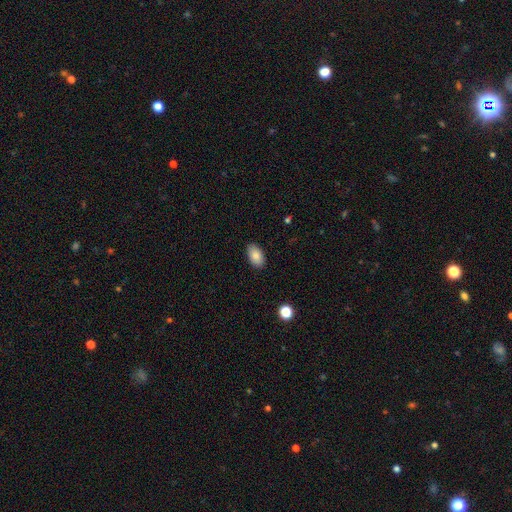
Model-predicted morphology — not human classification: This appears to be a smooth galaxy with no disk features (84%) that is in between round and cigar-shaped (94%). Merging: none (88%).